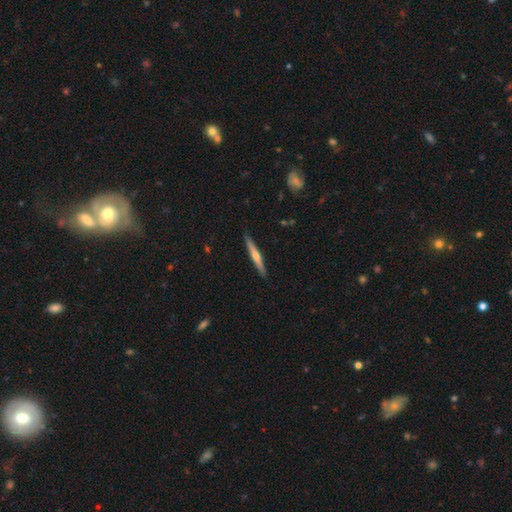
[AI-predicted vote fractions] Smooth or featured? Predicted: featured or disk (p=0.58). Edge-on disk? Predicted: yes (p=0.97). Edge-on bulge? Predicted: rounded (p=0.80). Merging? Predicted: none (p=0.90).